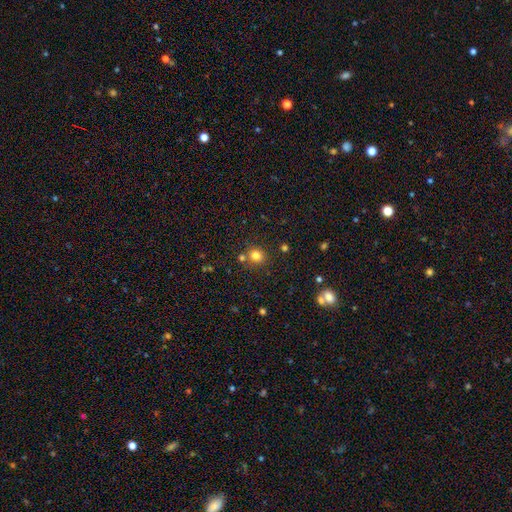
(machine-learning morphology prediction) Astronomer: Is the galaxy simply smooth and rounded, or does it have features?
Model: smooth — 78%.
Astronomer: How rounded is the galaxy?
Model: round — 83%.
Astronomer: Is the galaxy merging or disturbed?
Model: none — 74%.